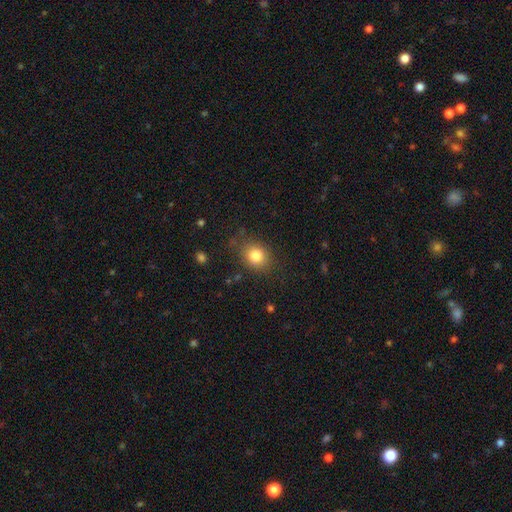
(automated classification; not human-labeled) A smooth galaxy with no disk features (82%) that is round (62%).

Vote fractions:
- Smooth or featured? smooth: 82% / star or artifact: 11% / featured or disk: 8%
- How rounded? round: 62% / in between: 37% / cigar-shaped: 1%
- Merging? none: 80% / minor disturbance: 14% / major disturbance: 5% / merger: 2%